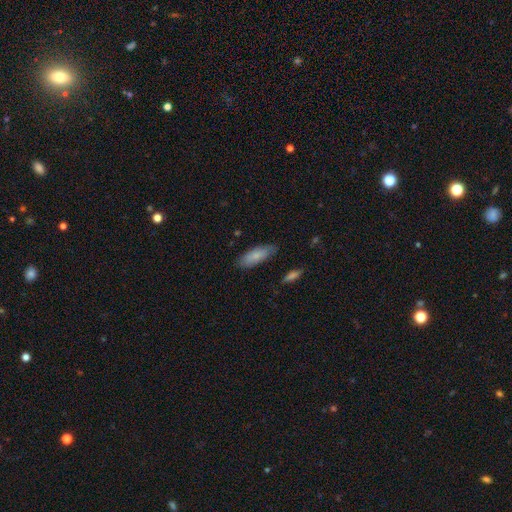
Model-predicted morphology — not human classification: smooth 79%, featured or disk 15%, star or artifact 6%. Down the decision tree: how rounded — in between (70%); merging — none (80%).